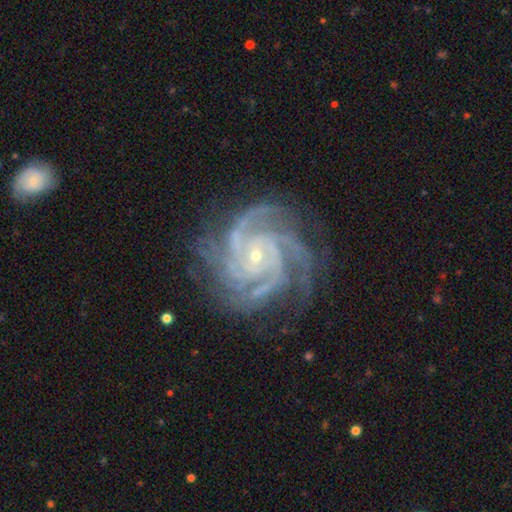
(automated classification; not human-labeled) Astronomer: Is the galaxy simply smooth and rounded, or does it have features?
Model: featured or disk — 92%.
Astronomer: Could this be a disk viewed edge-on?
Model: no — 98%.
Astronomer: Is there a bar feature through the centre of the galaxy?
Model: no — 67%.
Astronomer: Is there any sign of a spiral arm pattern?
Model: yes — 99%.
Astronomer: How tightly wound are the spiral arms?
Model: tight — 70%.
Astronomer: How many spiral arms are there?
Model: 4 — 40% (runner-up: 3, 22%).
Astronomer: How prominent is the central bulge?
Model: small — 81%.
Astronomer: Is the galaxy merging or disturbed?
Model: none — 77%.